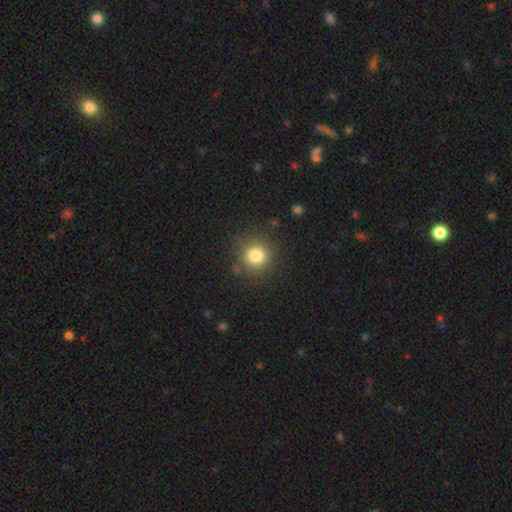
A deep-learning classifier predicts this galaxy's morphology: Smooth or featured?
  - smooth: 81% *
  - star or artifact: 12%
  - featured or disk: 7%
How rounded?
  - round: 92% *
  - in between: 7%
  - cigar-shaped: 1%
Merging?
  - none: 85% *
  - minor disturbance: 9%
  - major disturbance: 3%
  - merger: 2%